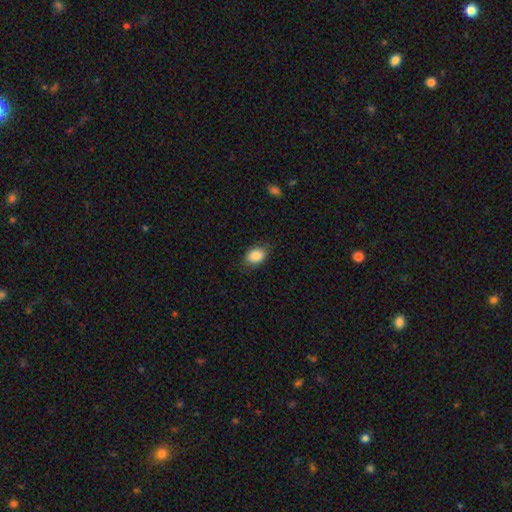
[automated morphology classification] Smooth or featured? smooth (87%)
How rounded? in between (75%)
Merging? none (78%)